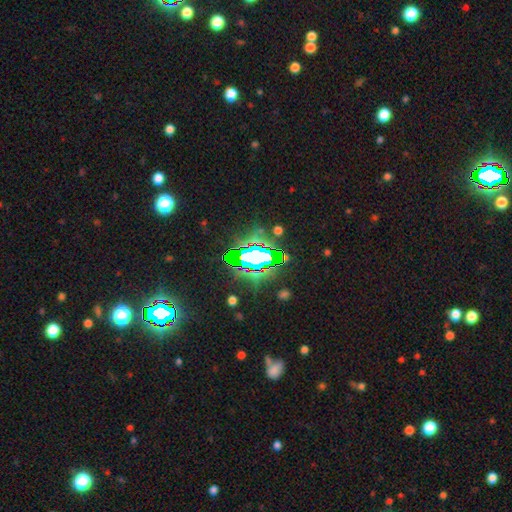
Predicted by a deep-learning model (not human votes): Smooth or featured? star or artifact (69%)